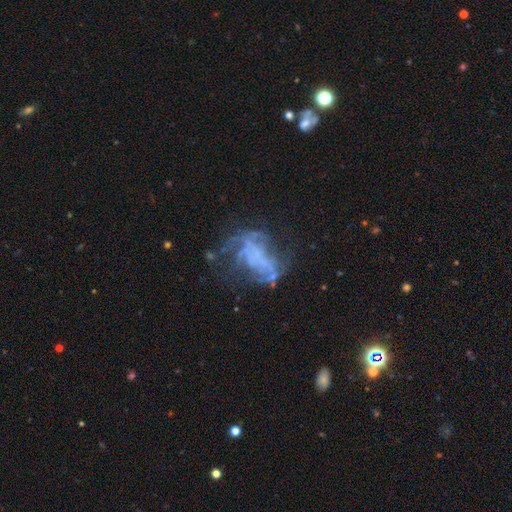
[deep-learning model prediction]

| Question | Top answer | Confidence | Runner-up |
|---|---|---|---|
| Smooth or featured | featured or disk | 63% | star or artifact (19%) |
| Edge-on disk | no | 96% | yes (4%) |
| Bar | no | 80% | weak (12%) |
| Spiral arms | no | 69% | yes (31%) |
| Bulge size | none | 79% | small (11%) |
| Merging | none | 38% | major disturbance (36%) |